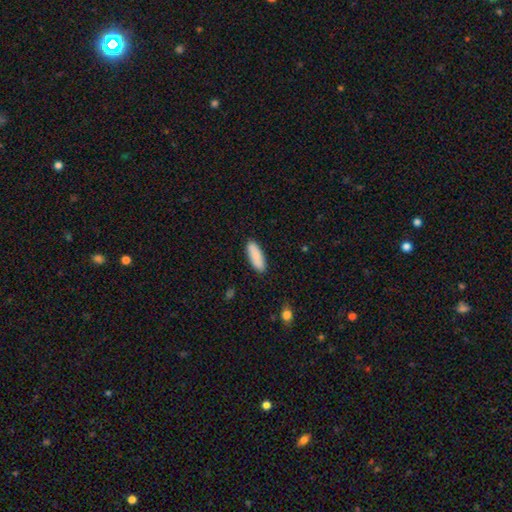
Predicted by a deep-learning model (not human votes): Smooth or featured?
  - smooth: 89% *
  - featured or disk: 6%
  - star or artifact: 6%
How rounded?
  - in between: 64% *
  - cigar-shaped: 34%
  - round: 2%
Merging?
  - none: 89% *
  - minor disturbance: 8%
  - major disturbance: 2%
  - merger: 1%